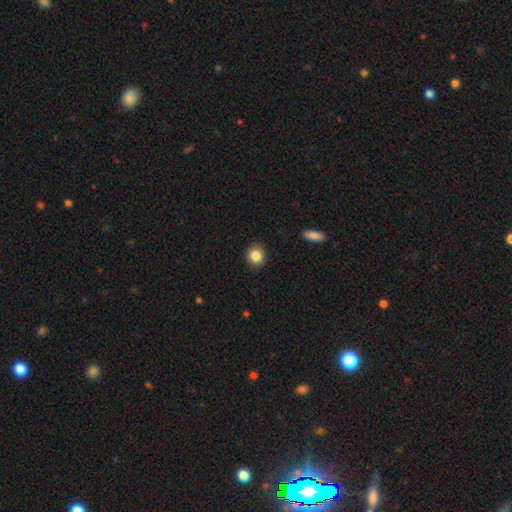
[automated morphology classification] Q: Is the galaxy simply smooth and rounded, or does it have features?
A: smooth — 85%.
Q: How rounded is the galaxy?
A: round — 80%.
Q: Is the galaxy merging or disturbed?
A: none — 90%.